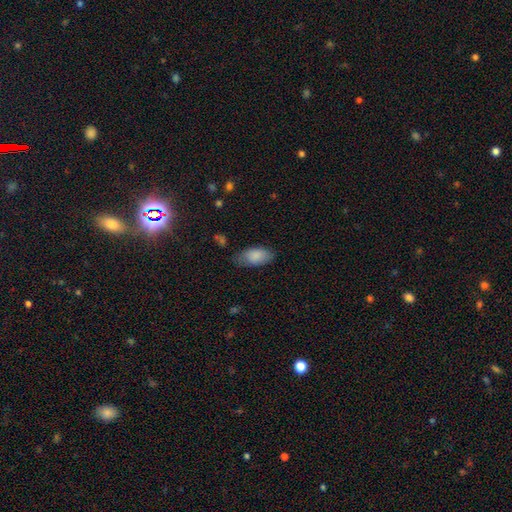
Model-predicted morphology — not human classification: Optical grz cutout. It shows a smooth galaxy with no disk features (85%) that is in between round and cigar-shaped (93%). Merging: none (69%).